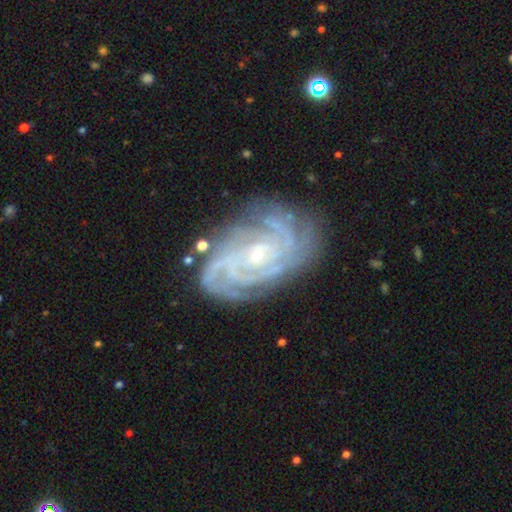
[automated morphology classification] Smooth or featured? featured or disk (90%)
Edge-on disk? no (97%)
Bar? no (63%)
Spiral arms? yes (98%)
Spiral winding? tight (78%)
Spiral arm count? 4 (32%)
Bulge size? small (78%)
Merging? none (78%)